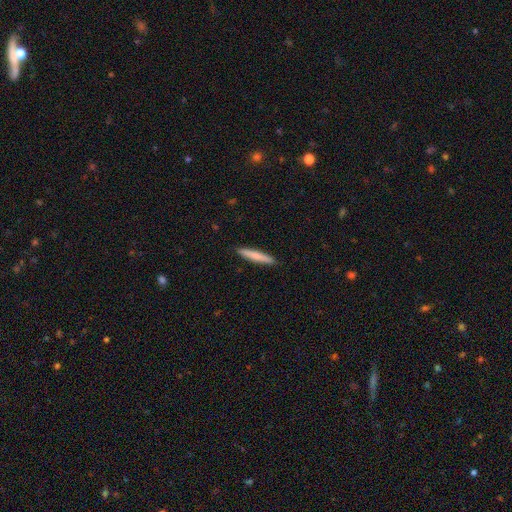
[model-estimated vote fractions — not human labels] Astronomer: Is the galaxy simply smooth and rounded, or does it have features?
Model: smooth — 75%.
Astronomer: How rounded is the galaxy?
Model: cigar-shaped — 94%.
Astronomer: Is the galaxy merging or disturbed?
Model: none — 92%.